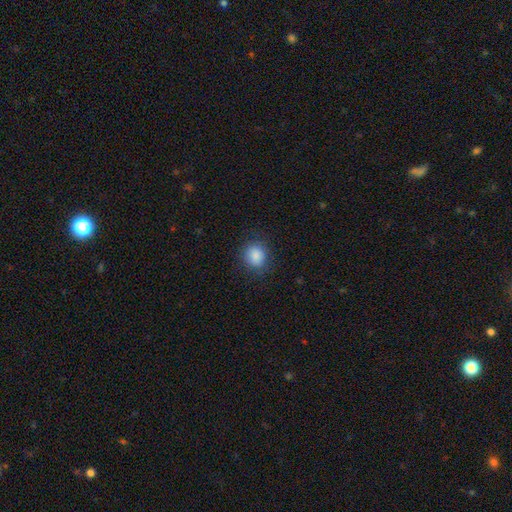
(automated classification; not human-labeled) Overall: smooth (87%). How rounded: round (79%). Merging: none (84%).